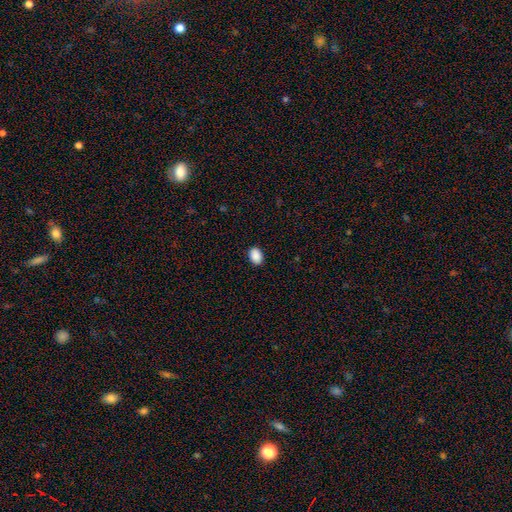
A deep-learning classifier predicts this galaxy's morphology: smooth 90%, star or artifact 7%, featured or disk 3%. Down the decision tree: how rounded — in between (78%); merging — none (89%).